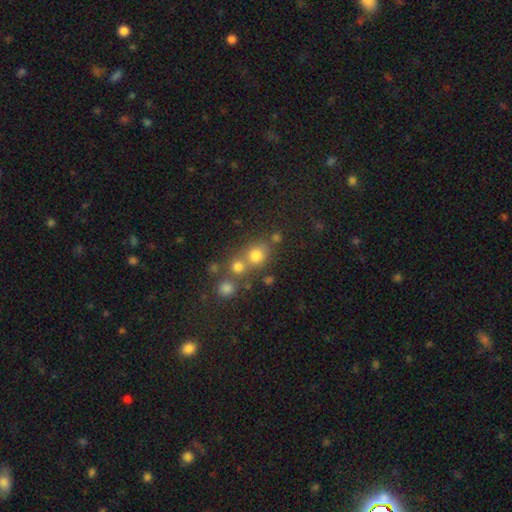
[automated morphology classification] Overall: smooth (73%). How rounded: round (78%). Merging: none (53%; merger 33%).